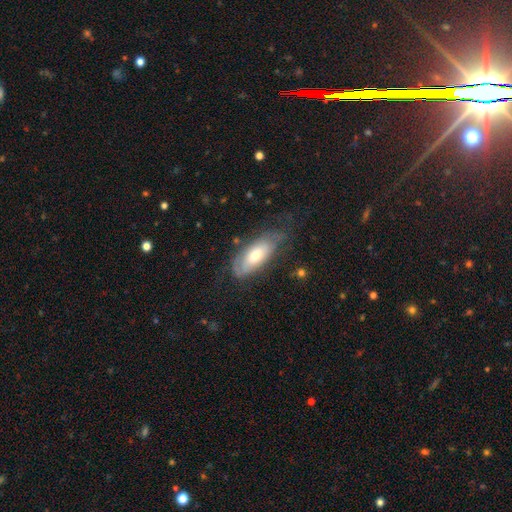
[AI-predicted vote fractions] smooth-or-featured: smooth: 50% | featured or disk: 44% | star or artifact: 6%
  merging: none: 56% | minor disturbance: 28% | major disturbance: 14% | merger: 2%